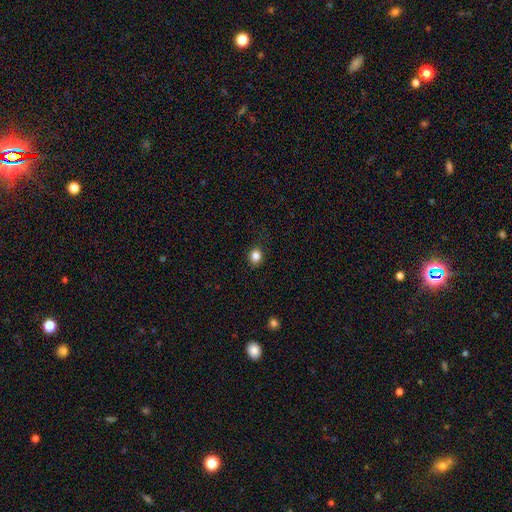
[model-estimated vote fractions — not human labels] smooth_or_featured: smooth (p=0.84) [alt: star or artifact p=0.11]
how_rounded: round (p=0.69) [alt: in between p=0.30]
merging: none (p=0.87) [alt: minor disturbance p=0.10]